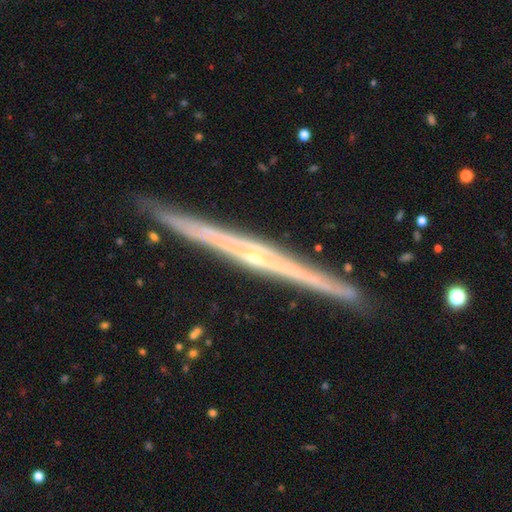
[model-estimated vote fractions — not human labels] Smooth or featured? Predicted: featured or disk (p=0.85). Edge-on disk? Predicted: yes (p=0.98). Edge-on bulge? Predicted: rounded (p=0.55). Merging? Predicted: none (p=0.92).